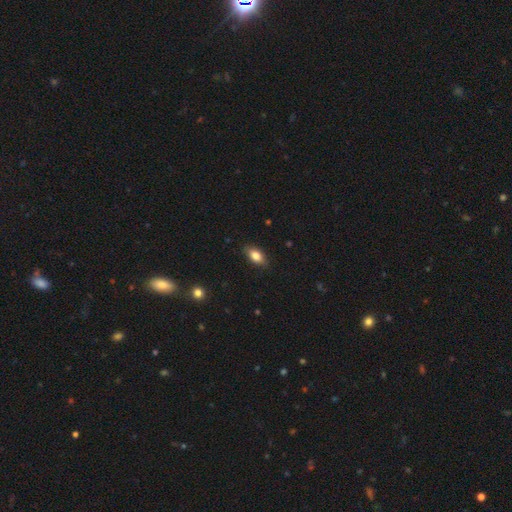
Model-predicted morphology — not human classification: Smooth or featured? Predicted: smooth (p=0.81). How rounded? Predicted: in between (p=0.88). Merging? Predicted: none (p=0.82).